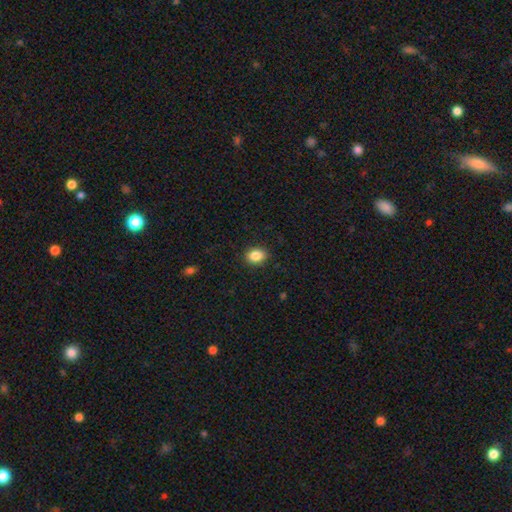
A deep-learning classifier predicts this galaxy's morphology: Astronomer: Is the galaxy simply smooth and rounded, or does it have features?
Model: smooth — 86%.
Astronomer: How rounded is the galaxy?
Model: in between — 60% (runner-up: round, 39%).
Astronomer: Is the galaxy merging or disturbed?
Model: none — 89%.